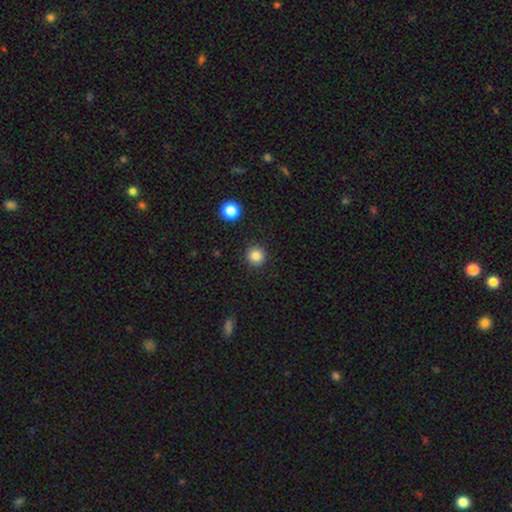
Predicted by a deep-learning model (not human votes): Morphology: type=smooth (84%); roundness=round (95%); merging=none (91%).